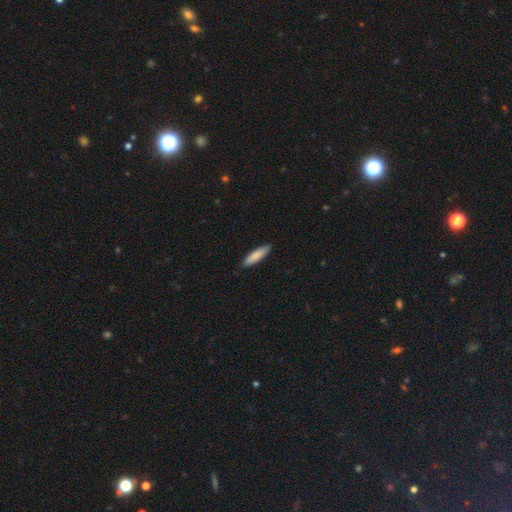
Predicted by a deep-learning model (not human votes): Smooth or featured? Predicted: smooth (p=0.85). How rounded? Predicted: cigar-shaped (p=0.73). Merging? Predicted: none (p=0.88).